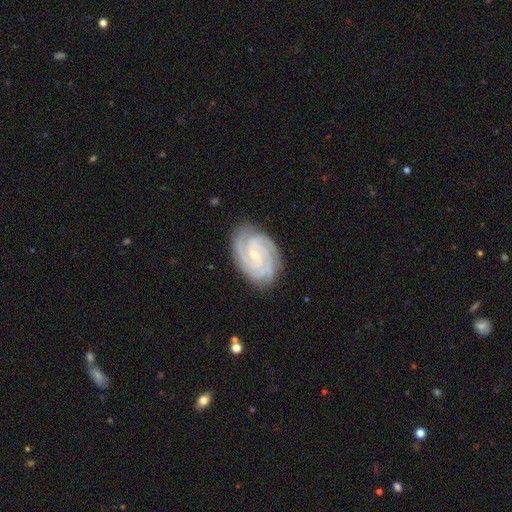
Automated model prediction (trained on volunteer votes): Q: Smooth or featured?
A: featured or disk (91%); runner-up: star or artifact (5%)
Q: Edge-on disk?
A: no (98%); runner-up: yes (2%)
Q: Bar?
A: no (56%); runner-up: weak (33%)
Q: Spiral arms?
A: yes (99%); runner-up: no (1%)
Q: Spiral winding?
A: tight (77%); runner-up: medium (21%)
Q: Spiral arm count?
A: 3 (37%); runner-up: 4 (25%)
Q: Bulge size?
A: small (75%); runner-up: moderate (20%)
Q: Merging?
A: none (82%); runner-up: minor disturbance (14%)